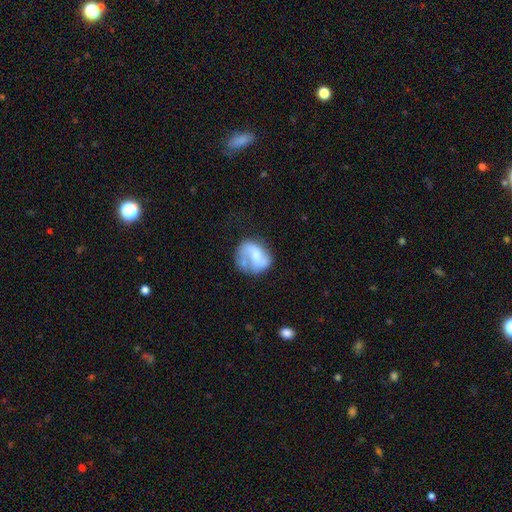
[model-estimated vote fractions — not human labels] A featured or disk galaxy (51%). Merging: none (48%).